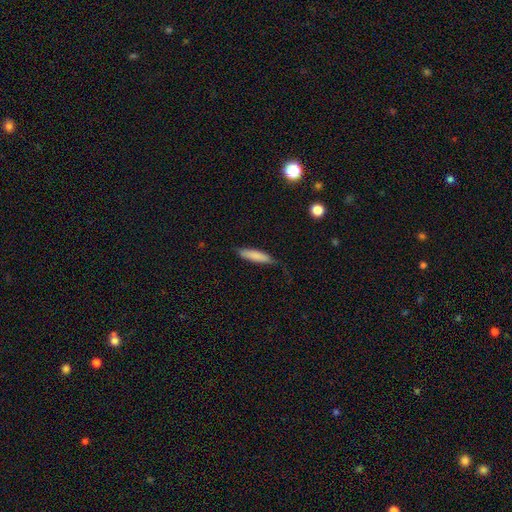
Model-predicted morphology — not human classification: A smooth galaxy with no disk features (82%) that is cigar-shaped (80%).

Vote fractions:
- Smooth or featured? smooth: 82% / featured or disk: 12% / star or artifact: 6%
- How rounded? cigar-shaped: 80% / in between: 19% / round: 1%
- Merging? none: 73% / minor disturbance: 22% / major disturbance: 4% / merger: 1%